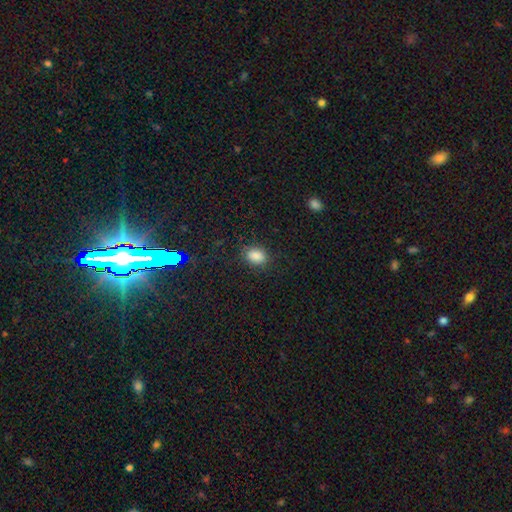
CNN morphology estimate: This appears to be a smooth galaxy with no disk features (84%) that is in between round and cigar-shaped (72%). Merging: none (83%).